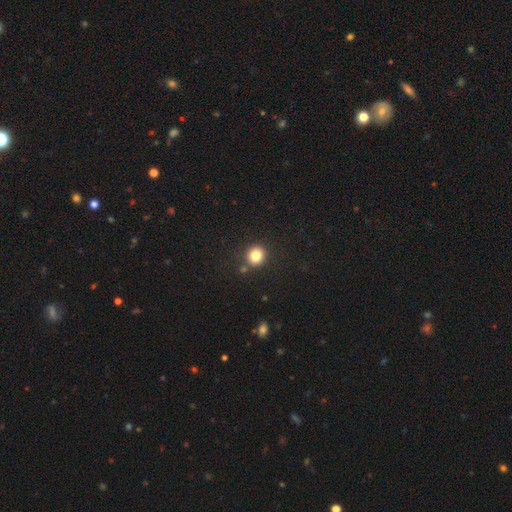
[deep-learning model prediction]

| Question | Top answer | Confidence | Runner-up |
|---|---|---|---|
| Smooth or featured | smooth | 82% | star or artifact (11%) |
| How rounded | round | 85% | in between (14%) |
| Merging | none | 84% | minor disturbance (8%) |